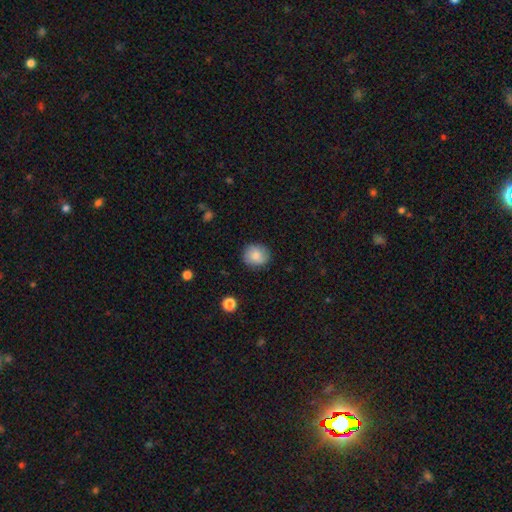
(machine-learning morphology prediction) smooth 79%, featured or disk 13%, star or artifact 8%. Down the decision tree: how rounded — round (80%); merging — none (84%).